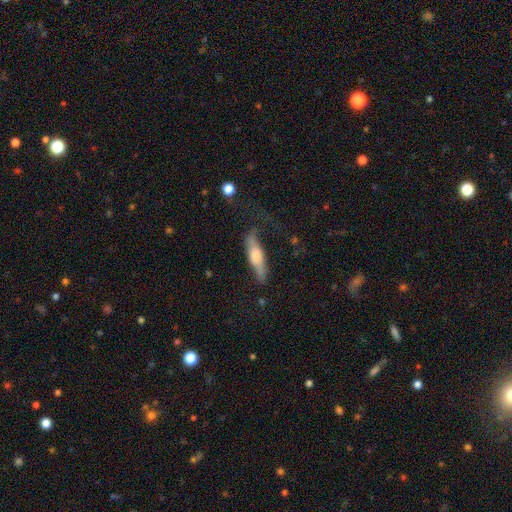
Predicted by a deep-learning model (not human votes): Overall: smooth (53%; featured or disk 41%). How rounded: cigar-shaped (66%; in between 32%). Merging: none (54%; minor disturbance 26%).